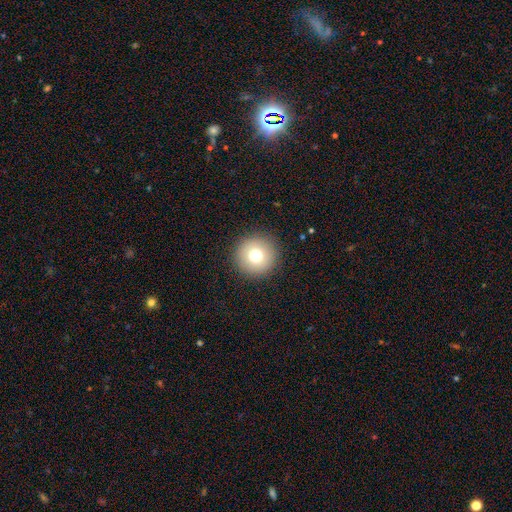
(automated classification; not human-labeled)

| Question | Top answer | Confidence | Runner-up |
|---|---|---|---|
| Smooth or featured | smooth | 74% | featured or disk (13%) |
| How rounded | round | 96% | in between (3%) |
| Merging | none | 92% | minor disturbance (5%) |